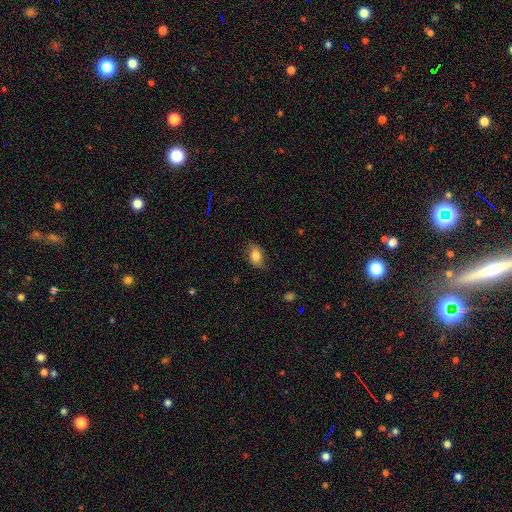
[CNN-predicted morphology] smooth 77%, featured or disk 14%, star or artifact 8%. Down the decision tree: how rounded — in between (85%); merging — none (72%).